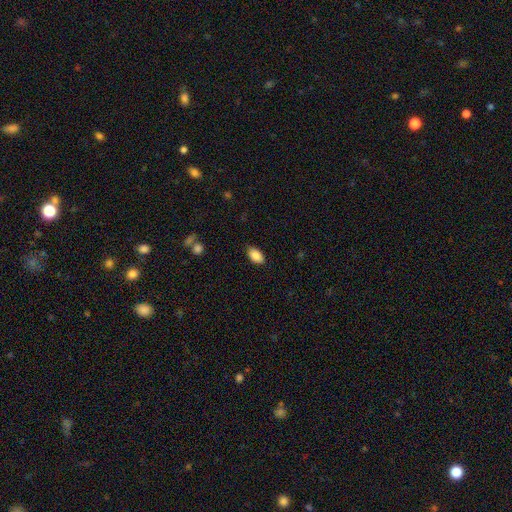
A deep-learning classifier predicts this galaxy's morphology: Smooth or featured? smooth (88%)
How rounded? in between (93%)
Merging? none (85%)